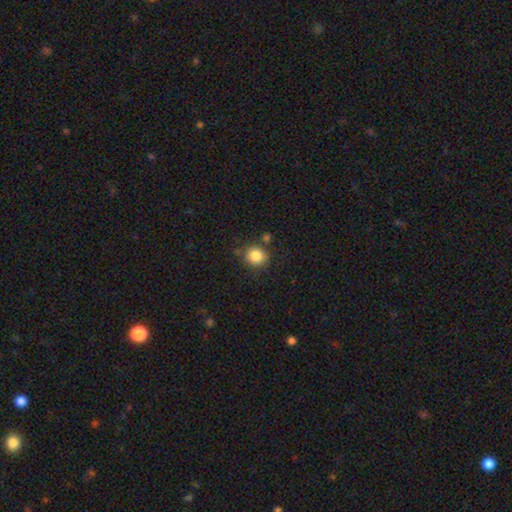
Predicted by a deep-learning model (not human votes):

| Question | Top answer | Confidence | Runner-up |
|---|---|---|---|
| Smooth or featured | smooth | 85% | star or artifact (10%) |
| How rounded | round | 87% | in between (12%) |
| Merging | none | 78% | minor disturbance (12%) |